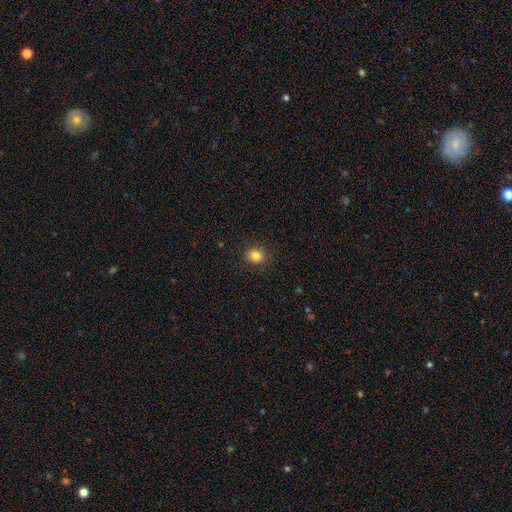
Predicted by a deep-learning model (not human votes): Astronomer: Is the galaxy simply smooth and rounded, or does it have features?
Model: smooth — 82%.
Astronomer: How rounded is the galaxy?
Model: round — 73%.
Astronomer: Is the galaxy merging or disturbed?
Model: none — 89%.